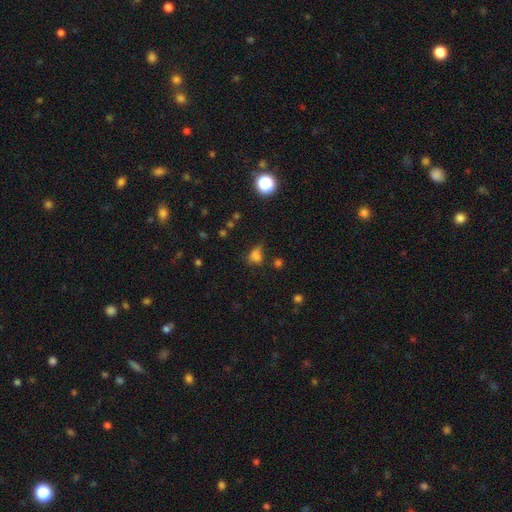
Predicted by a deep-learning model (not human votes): Smooth or featured? smooth (69%)
How rounded? in between (57%)
Merging? none (38%)